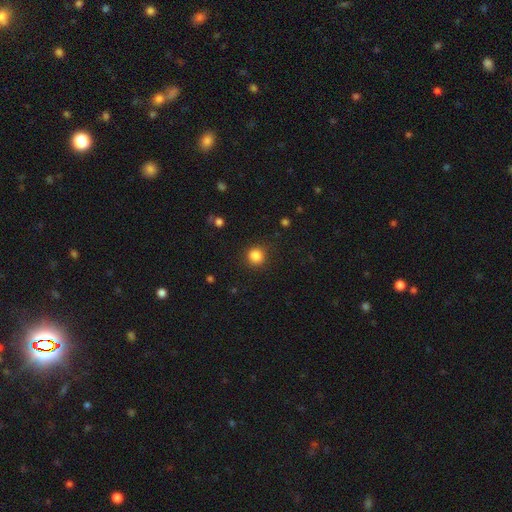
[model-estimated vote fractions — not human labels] Smooth or featured? Predicted: smooth (p=0.85). How rounded? Predicted: round (p=0.90). Merging? Predicted: none (p=0.87).